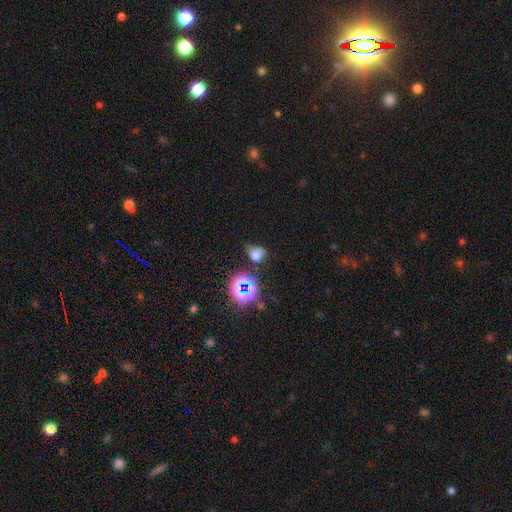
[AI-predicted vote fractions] Smooth or featured? Predicted: smooth (p=0.60). How rounded? Predicted: in between (p=0.52). Merging? Predicted: none (p=0.43).